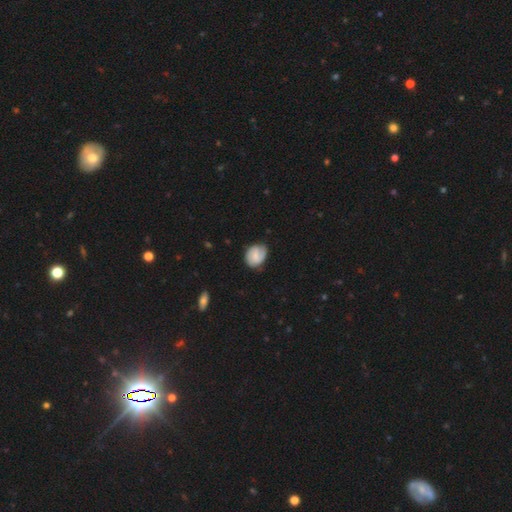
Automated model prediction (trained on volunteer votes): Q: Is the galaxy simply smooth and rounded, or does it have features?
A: featured or disk — 47%.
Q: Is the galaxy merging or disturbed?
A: none — 69%.